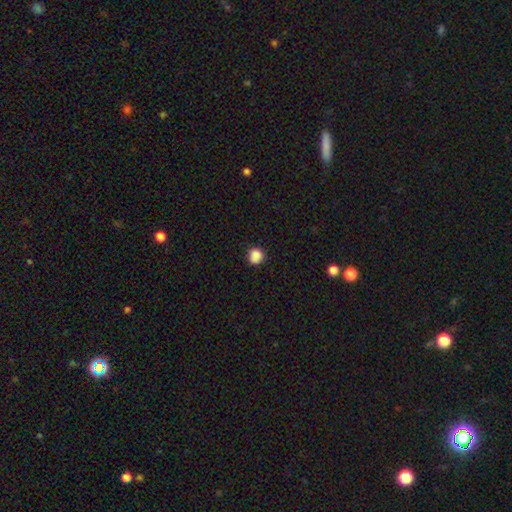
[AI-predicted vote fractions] This appears to be a smooth galaxy with no disk features (87%) that is round (89%). Merging: none (83%).